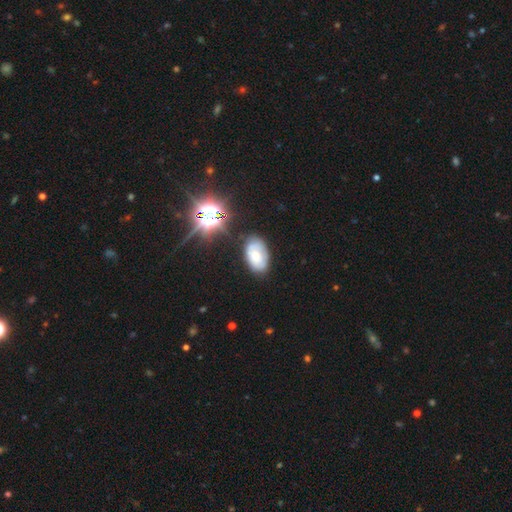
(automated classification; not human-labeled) Q: Smooth or featured?
A: smooth (51%); runner-up: featured or disk (35%)
Q: How rounded?
A: in between (91%); runner-up: round (8%)
Q: Merging?
A: none (72%); runner-up: minor disturbance (20%)